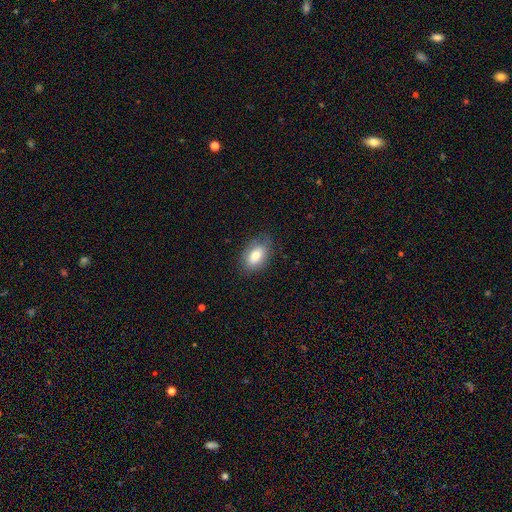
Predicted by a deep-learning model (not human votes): Q: Smooth or featured?
A: smooth (76%); runner-up: featured or disk (16%)
Q: How rounded?
A: in between (86%); runner-up: round (12%)
Q: Merging?
A: none (78%); runner-up: minor disturbance (17%)